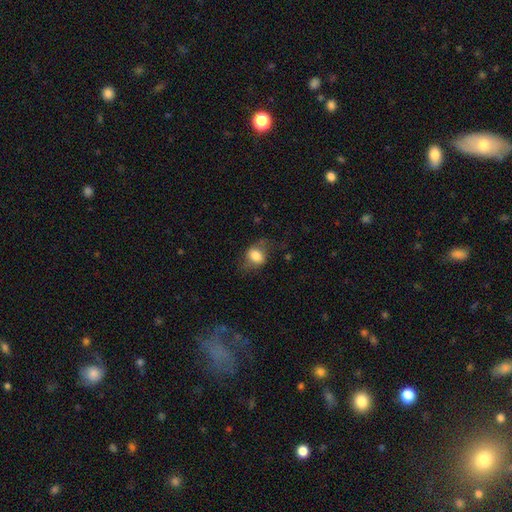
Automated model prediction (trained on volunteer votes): Overall: smooth (74%). How rounded: in between (57%; round 42%). Merging: none (57%; minor disturbance 26%).